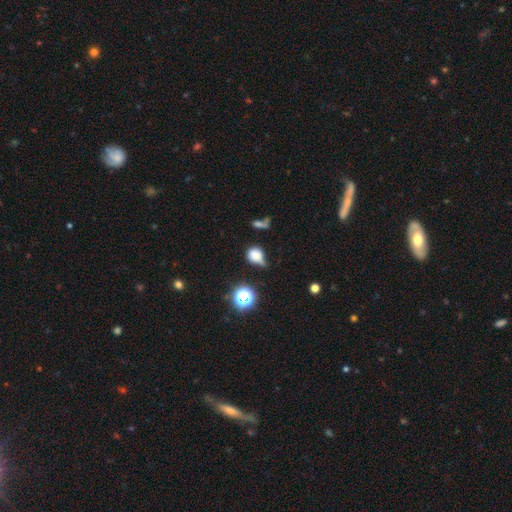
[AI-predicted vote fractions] A smooth galaxy with no disk features (69%) that is round (69%). Merging: none (36%).